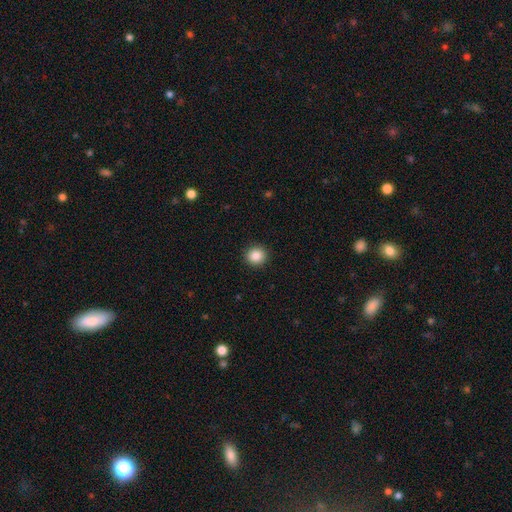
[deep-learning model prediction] smooth 87%, star or artifact 9%, featured or disk 4%. Down the decision tree: how rounded — round (91%); merging — none (92%).